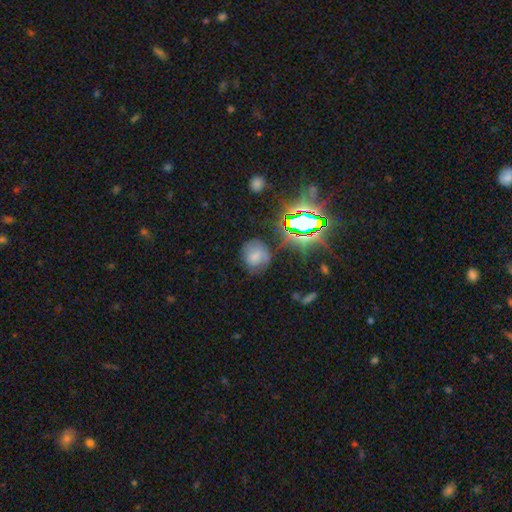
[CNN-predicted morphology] This appears to be a smooth galaxy with no disk features (59%) that is round (70%). Merging: none (62%).